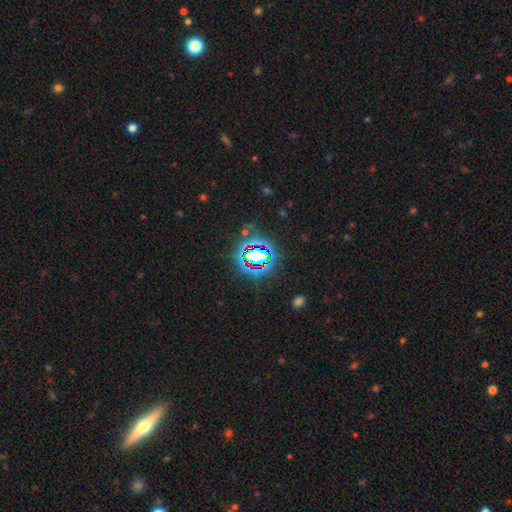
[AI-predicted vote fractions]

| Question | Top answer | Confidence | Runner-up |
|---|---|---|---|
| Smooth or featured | star or artifact | 71% | smooth (18%) |